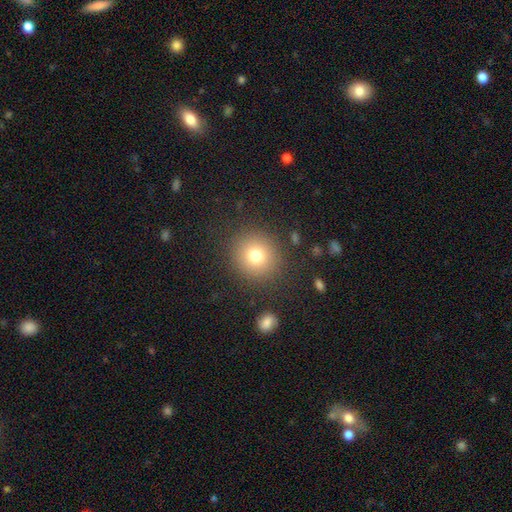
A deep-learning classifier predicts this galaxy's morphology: This is likely a smooth galaxy (76%). How rounded: clearly round (91%). Merging: clearly none (87%).